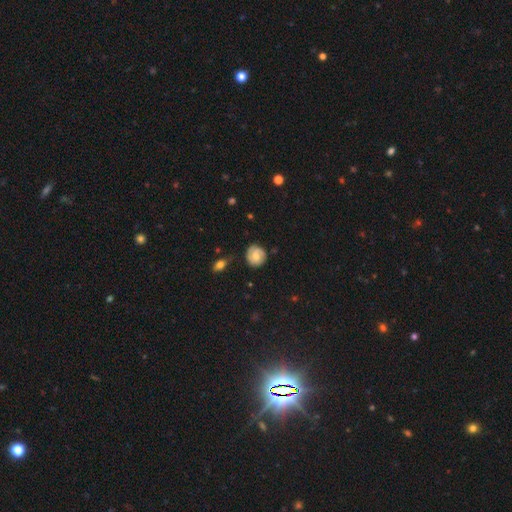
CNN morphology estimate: A smooth galaxy with no disk features (47%).

Vote fractions:
- Smooth or featured? smooth: 47% / featured or disk: 46% / star or artifact: 8%
- Merging? none: 73% / minor disturbance: 20% / major disturbance: 5% / merger: 2%